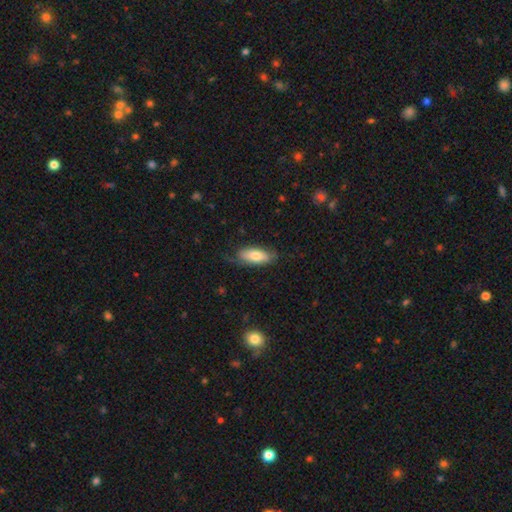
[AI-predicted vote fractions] smooth 74%, featured or disk 20%, star or artifact 6%. Down the decision tree: how rounded — in between (81%); merging — none (67%).